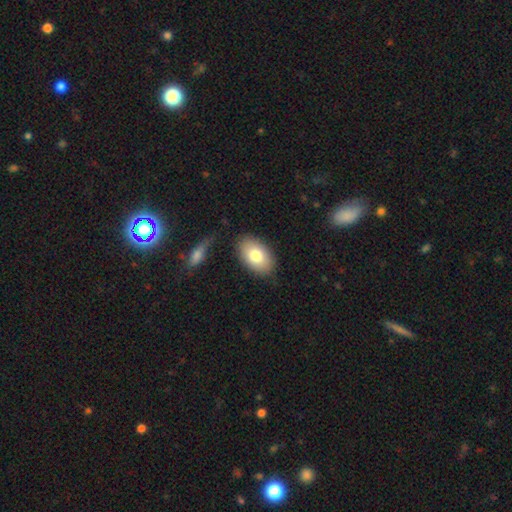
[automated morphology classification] A smooth galaxy with no disk features (79%) that is in between round and cigar-shaped (90%). Merging: none (83%).